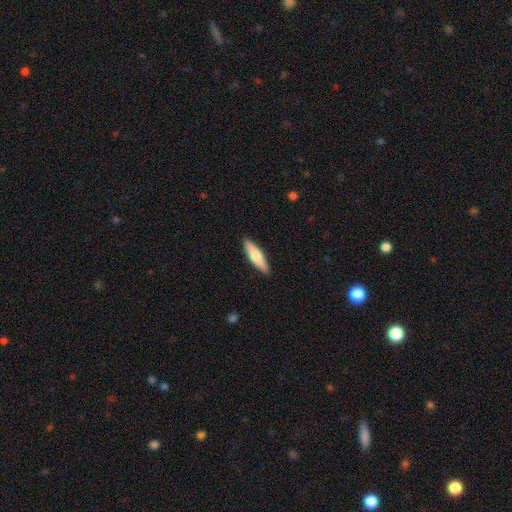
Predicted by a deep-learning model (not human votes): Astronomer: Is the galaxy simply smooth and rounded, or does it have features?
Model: smooth — 62%.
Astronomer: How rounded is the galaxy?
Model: cigar-shaped — 67%.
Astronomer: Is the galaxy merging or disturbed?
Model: none — 90%.